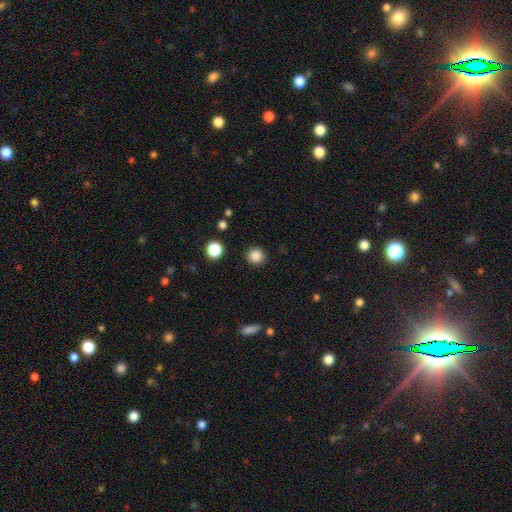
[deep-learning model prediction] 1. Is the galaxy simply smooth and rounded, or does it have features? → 86% smooth, 11% star or artifact, 4% featured or disk.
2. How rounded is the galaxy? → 90% round, 9% in between, 1% cigar-shaped.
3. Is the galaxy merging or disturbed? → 90% none, 6% minor disturbance, 2% major disturbance, 2% merger.